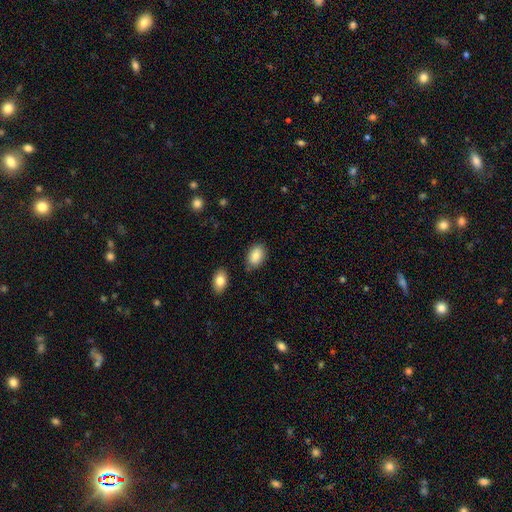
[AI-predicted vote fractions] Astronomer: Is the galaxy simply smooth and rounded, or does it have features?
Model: smooth — 85%.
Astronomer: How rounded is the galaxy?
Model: in between — 87%.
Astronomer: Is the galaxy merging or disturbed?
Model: none — 80%.